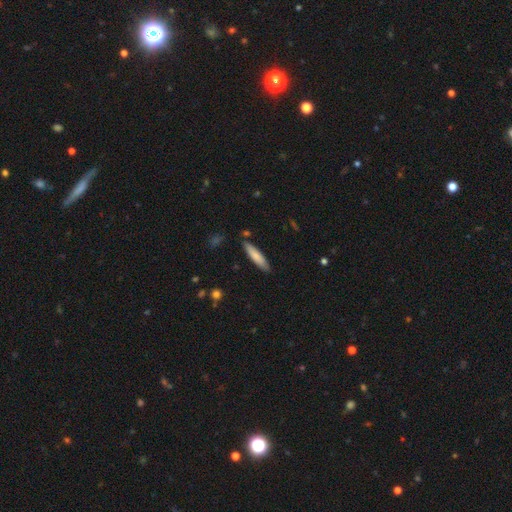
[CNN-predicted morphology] This is likely a smooth galaxy (80%). How rounded: clearly cigar-shaped (80%). Merging: clearly none (85%).